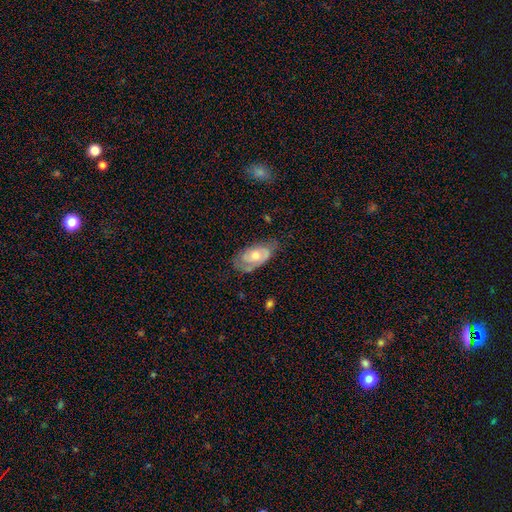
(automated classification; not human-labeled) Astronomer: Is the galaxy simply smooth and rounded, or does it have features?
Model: featured or disk — 57% (runner-up: smooth, 36%).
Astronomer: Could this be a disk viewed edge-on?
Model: no — 91%.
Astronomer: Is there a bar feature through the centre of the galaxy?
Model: no — 78%.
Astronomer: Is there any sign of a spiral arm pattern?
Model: yes — 66%.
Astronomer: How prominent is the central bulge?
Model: moderate — 65%.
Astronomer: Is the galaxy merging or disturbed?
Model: none — 58%.